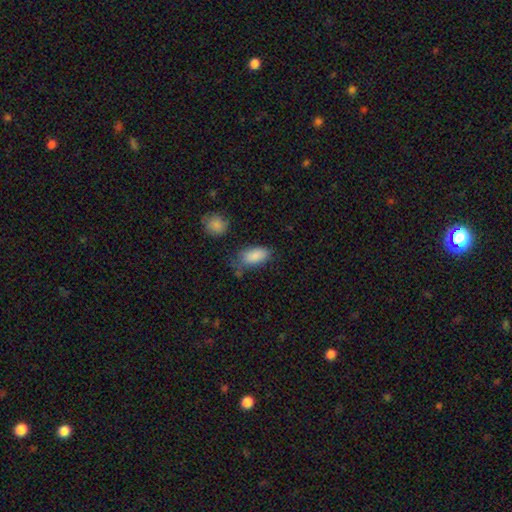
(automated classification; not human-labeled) This appears to be a smooth galaxy with no disk features (87%) that is in between round and cigar-shaped (91%). Merging: none (58%).